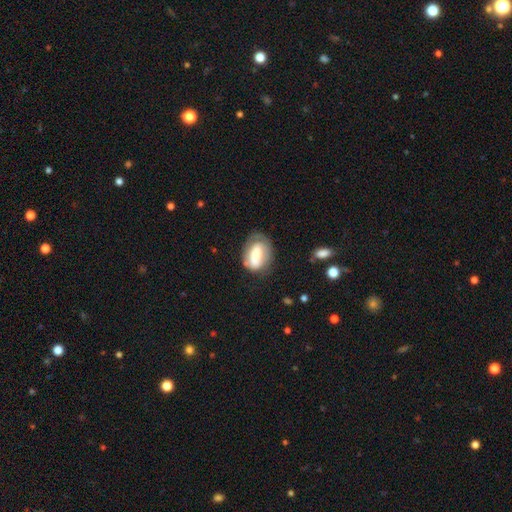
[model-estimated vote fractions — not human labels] This is possibly a smooth galaxy (53%). How rounded: clearly in between (82%). Merging: possibly none (54%).